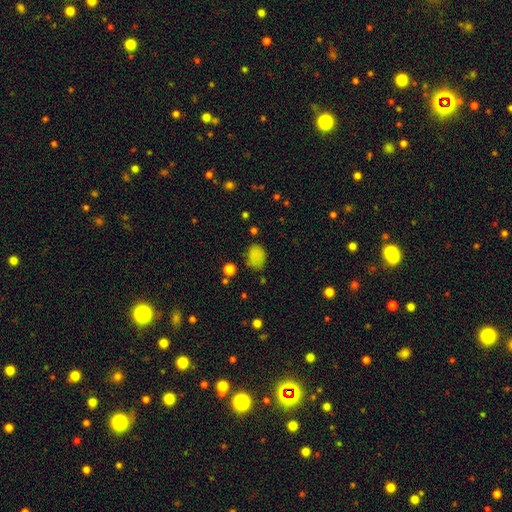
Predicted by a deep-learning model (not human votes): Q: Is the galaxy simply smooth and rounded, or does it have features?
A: smooth — 81%.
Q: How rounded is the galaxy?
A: in between — 64%.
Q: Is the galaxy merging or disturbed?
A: none — 70%.